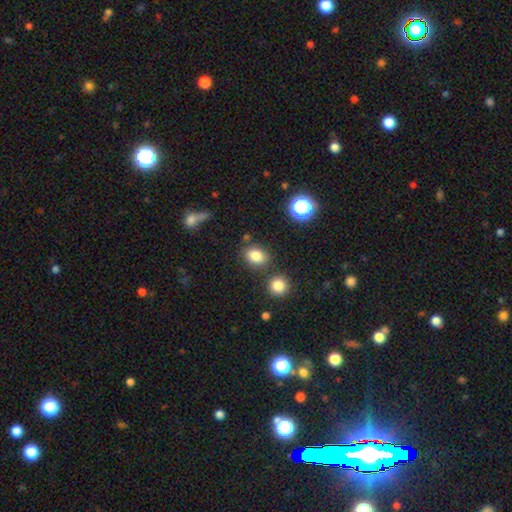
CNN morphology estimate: Smooth or featured? Predicted: smooth (p=0.82). How rounded? Predicted: in between (p=0.60). Merging? Predicted: none (p=0.76).